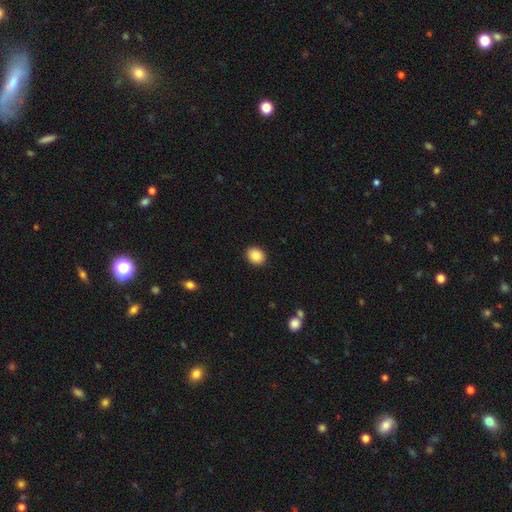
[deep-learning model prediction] smooth 88%, star or artifact 8%, featured or disk 4%. Down the decision tree: how rounded — round (54%); merging — none (91%).